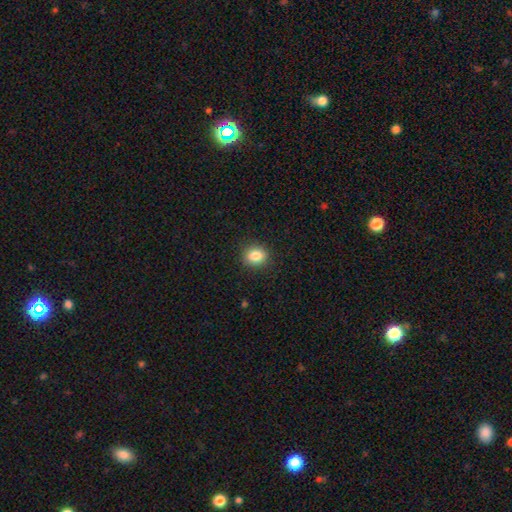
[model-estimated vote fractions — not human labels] A smooth galaxy with no disk features (84%) that is round (67%). Merging: none (90%).